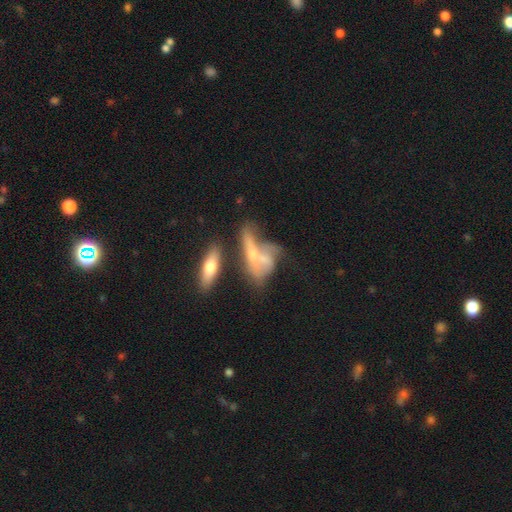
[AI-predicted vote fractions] This is possibly a featured or disk galaxy (50%). Merging: marginally merger (39%).